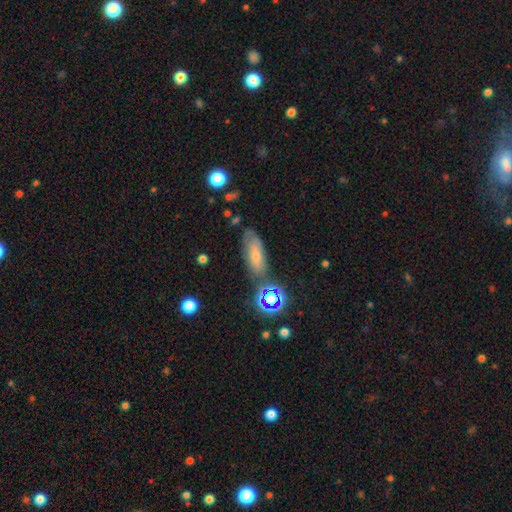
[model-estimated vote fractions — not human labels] Smooth or featured: smooth — 57% (featured or disk — 26%)
How rounded: in between — 71% (cigar-shaped — 23%)
Merging: none — 62% (minor disturbance — 23%)